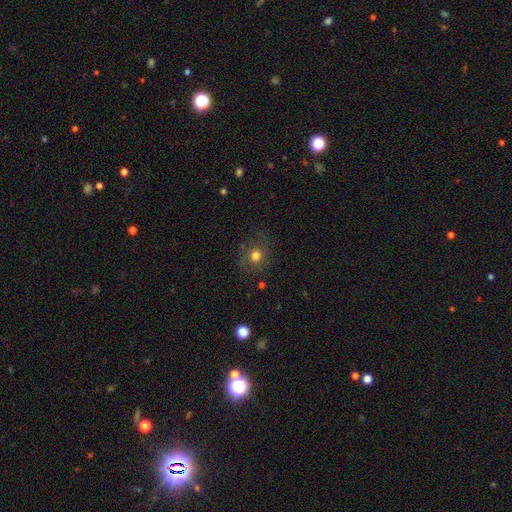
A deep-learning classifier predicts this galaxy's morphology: smooth-or-featured: smooth: 73% | star or artifact: 15% | featured or disk: 12%
  how-rounded: round: 83% | in between: 16% | cigar-shaped: 1%
  merging: none: 80% | minor disturbance: 12% | major disturbance: 6% | merger: 2%